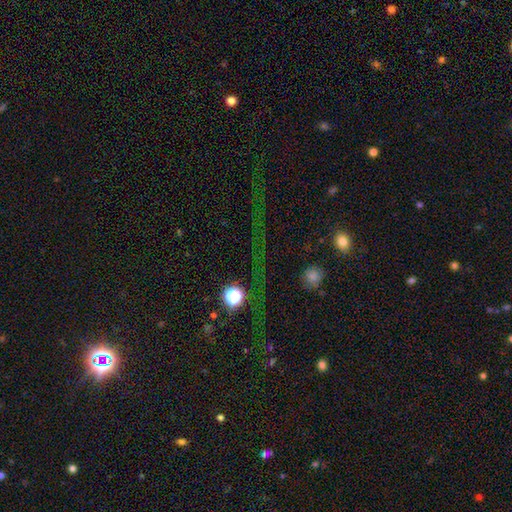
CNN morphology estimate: Overall: star or artifact (68%).